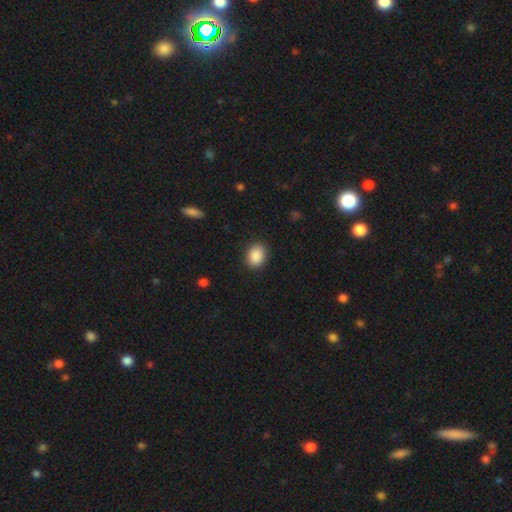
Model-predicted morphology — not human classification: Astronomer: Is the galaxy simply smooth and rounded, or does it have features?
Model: smooth — 89%.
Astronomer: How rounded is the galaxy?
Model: in between — 54% (runner-up: round, 45%).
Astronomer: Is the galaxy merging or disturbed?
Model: none — 89%.